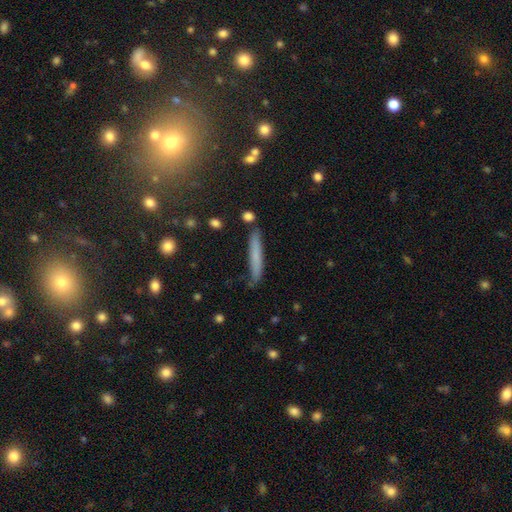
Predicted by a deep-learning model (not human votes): Smooth or featured? smooth (67%)
How rounded? cigar-shaped (95%)
Merging? none (80%)